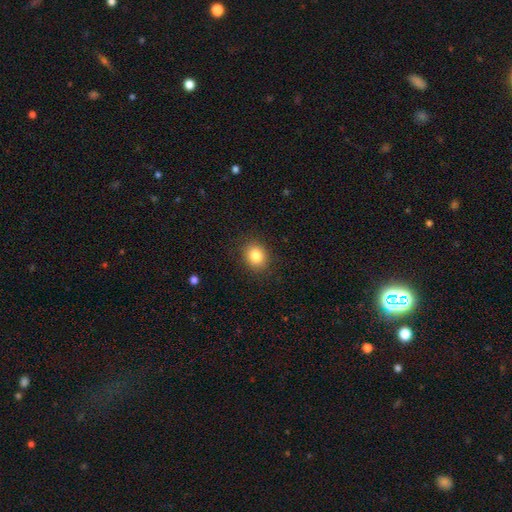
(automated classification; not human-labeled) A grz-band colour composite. It shows a smooth galaxy with no disk features (83%) that is round (62%). Merging: none (88%).